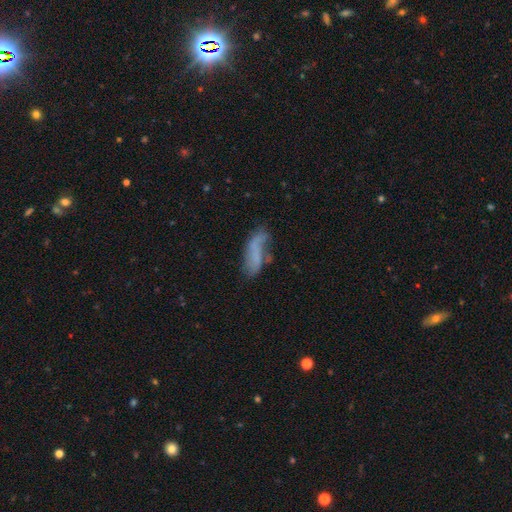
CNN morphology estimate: Q: Smooth or featured?
A: smooth (51%); runner-up: featured or disk (38%)
Q: How rounded?
A: in between (61%); runner-up: cigar-shaped (37%)
Q: Merging?
A: none (40%); runner-up: minor disturbance (27%)